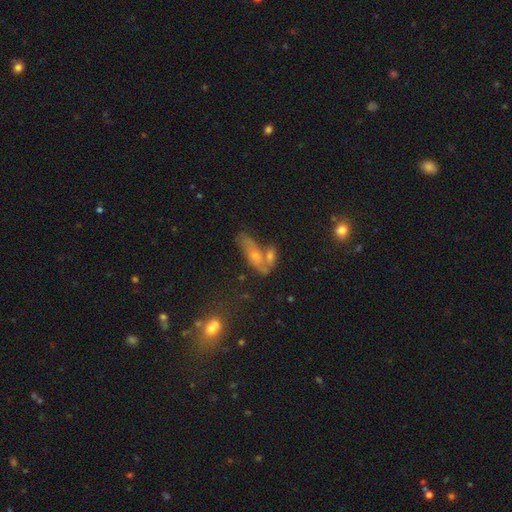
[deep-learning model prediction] smooth-or-featured: smooth: 47% | featured or disk: 40% | star or artifact: 12%
  merging: merger: 40% | none: 35% | minor disturbance: 16% | major disturbance: 10%